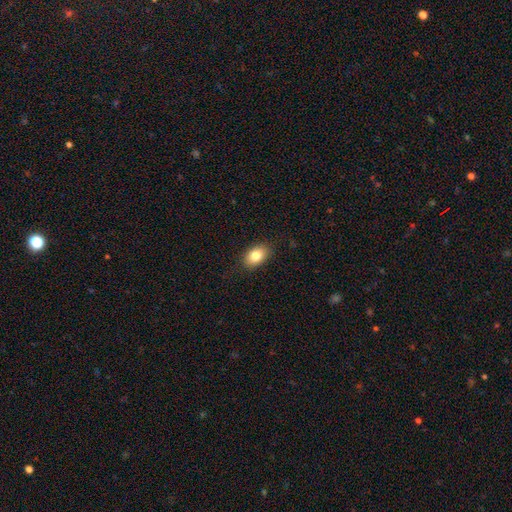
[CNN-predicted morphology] A smooth galaxy with no disk features (82%) that is in between round and cigar-shaped (87%).

Vote fractions:
- Smooth or featured? smooth: 82% / featured or disk: 9% / star or artifact: 8%
- How rounded? in between: 87% / round: 12% / cigar-shaped: 1%
- Merging? none: 87% / minor disturbance: 10% / major disturbance: 2% / merger: 1%